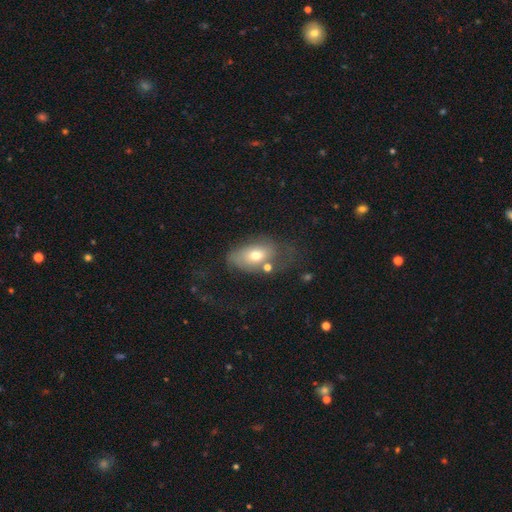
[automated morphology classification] Q: Smooth or featured?
A: smooth (64%); runner-up: featured or disk (26%)
Q: How rounded?
A: in between (87%); runner-up: round (11%)
Q: Merging?
A: none (41%); runner-up: minor disturbance (26%)